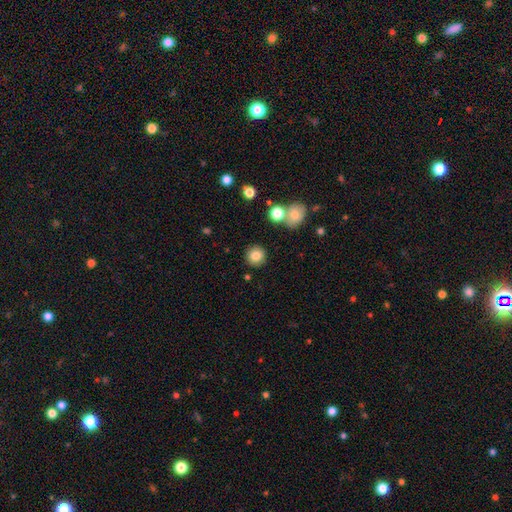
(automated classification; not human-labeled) This is clearly a smooth galaxy (84%). How rounded: clearly round (93%). Merging: clearly none (89%).